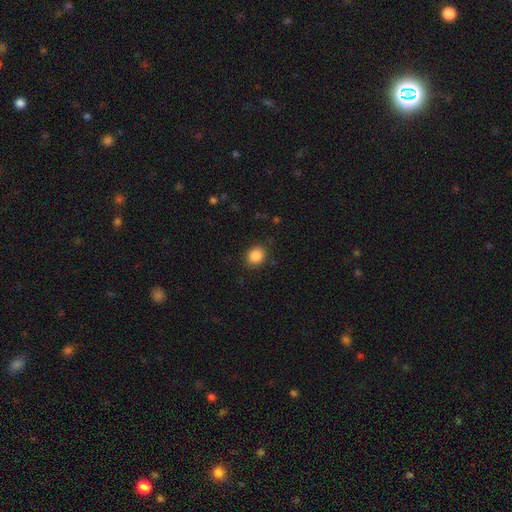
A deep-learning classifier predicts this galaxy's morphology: type=smooth (88%); roundness=round (66%); merging=none (86%).